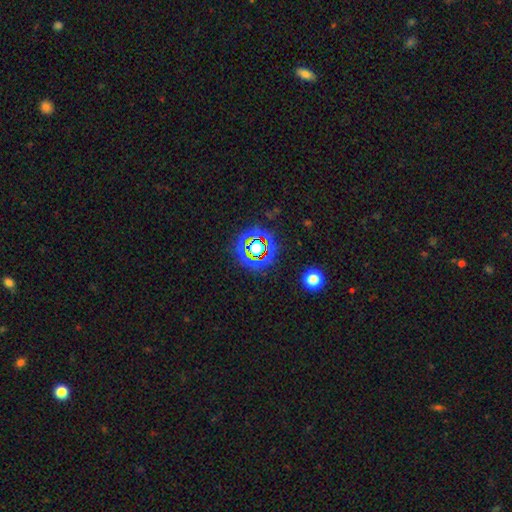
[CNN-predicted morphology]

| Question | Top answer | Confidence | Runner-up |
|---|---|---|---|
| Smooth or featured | star or artifact | 65% | smooth (22%) |